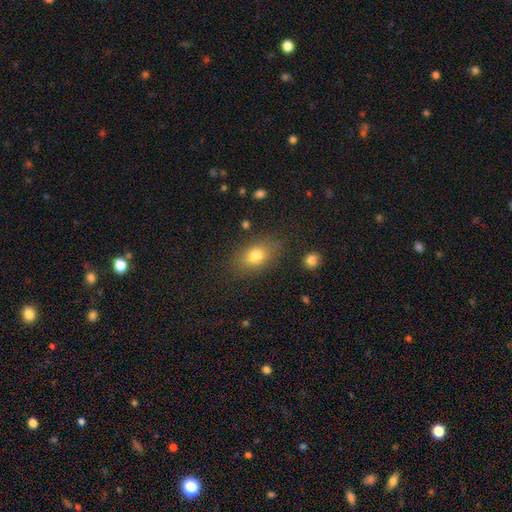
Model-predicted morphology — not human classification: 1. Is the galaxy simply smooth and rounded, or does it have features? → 77% smooth, 12% featured or disk, 11% star or artifact.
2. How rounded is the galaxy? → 74% in between, 23% round, 3% cigar-shaped.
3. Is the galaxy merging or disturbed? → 80% none, 13% minor disturbance, 5% major disturbance, 2% merger.